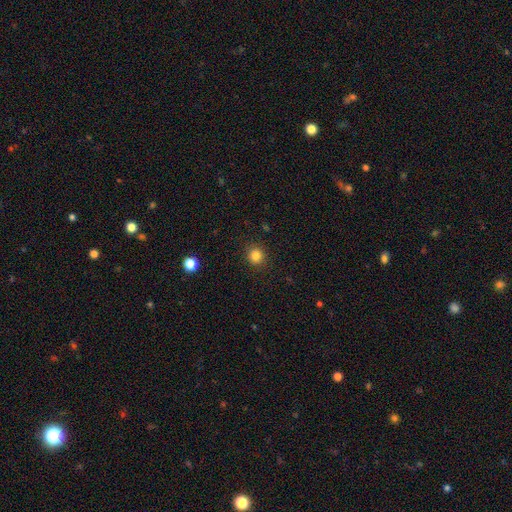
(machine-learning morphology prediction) smooth-or-featured: smooth: 84% | star or artifact: 12% | featured or disk: 5%
  how-rounded: round: 91% | in between: 8% | cigar-shaped: 1%
  merging: none: 91% | minor disturbance: 6% | major disturbance: 2% | merger: 1%